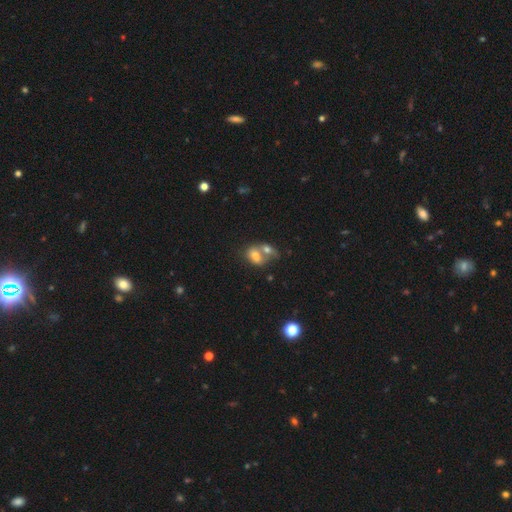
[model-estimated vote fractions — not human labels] Smooth or featured? Predicted: smooth (p=0.71). How rounded? Predicted: in between (p=0.77). Merging? Predicted: merger (p=0.70).